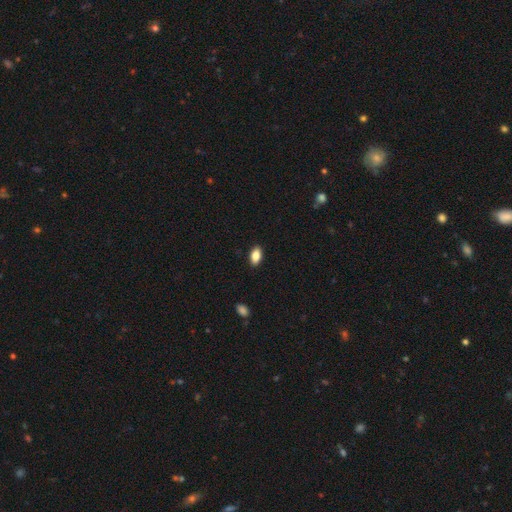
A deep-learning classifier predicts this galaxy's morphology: A smooth galaxy with no disk features (86%) that is in between round and cigar-shaped (91%). Merging: none (89%).